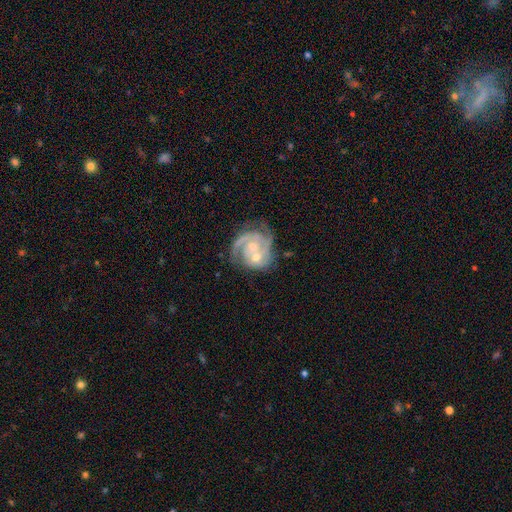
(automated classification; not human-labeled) Smooth or featured: featured or disk — 84% (smooth — 10%)
Edge-on disk: no — 98% (yes — 2%)
Bar: no — 69% (weak — 25%)
Spiral arms: yes — 94% (no — 6%)
Spiral winding: tight — 53% (medium — 37%)
Spiral arm count: 2 — 50% (3 — 20%)
Bulge size: small — 49% (moderate — 45%)
Merging: merger — 40% (none — 38%)